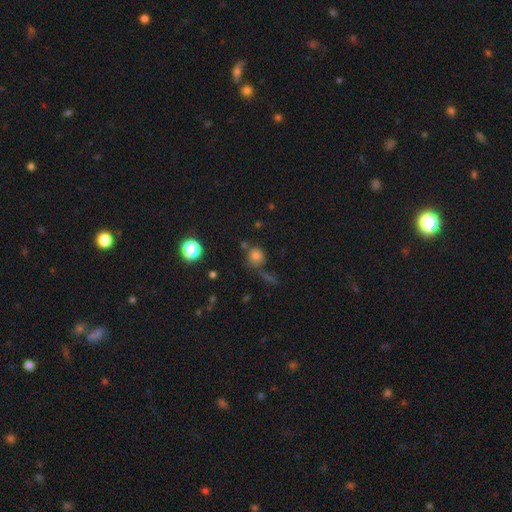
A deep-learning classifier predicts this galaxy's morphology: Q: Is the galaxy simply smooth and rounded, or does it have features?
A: smooth — 74%.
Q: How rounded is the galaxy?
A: round — 85%.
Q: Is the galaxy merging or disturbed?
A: none — 60%.